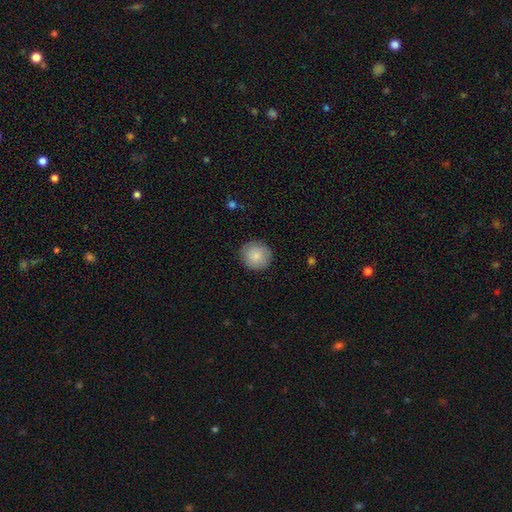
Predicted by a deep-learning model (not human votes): This is clearly a smooth galaxy (87%). How rounded: clearly round (92%). Merging: clearly none (88%).